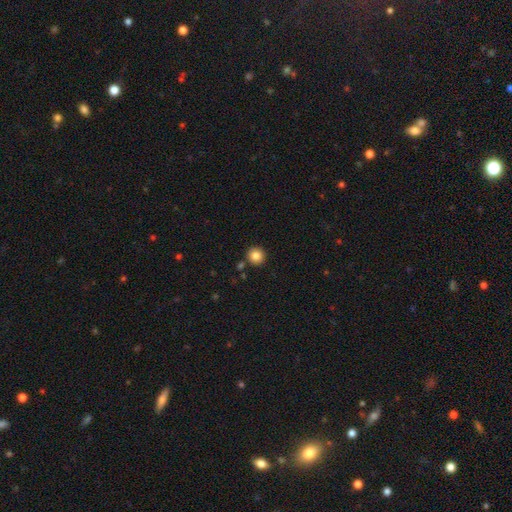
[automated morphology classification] A smooth galaxy with no disk features (84%) that is round (94%).

Vote fractions:
- Smooth or featured? smooth: 84% / star or artifact: 10% / featured or disk: 6%
- How rounded? round: 94% / in between: 5% / cigar-shaped: 1%
- Merging? none: 88% / minor disturbance: 6% / merger: 4% / major disturbance: 2%